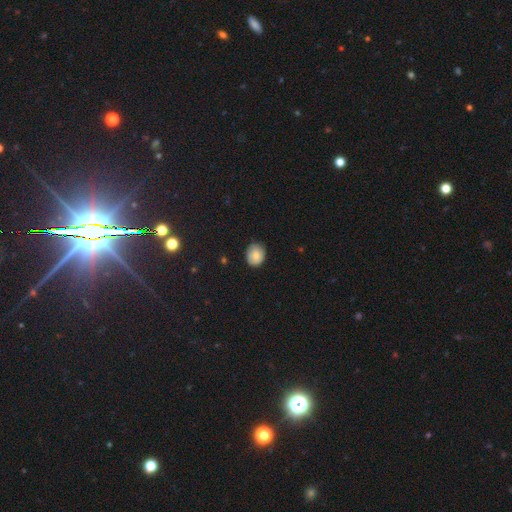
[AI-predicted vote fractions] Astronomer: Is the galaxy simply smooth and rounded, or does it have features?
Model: smooth — 77%.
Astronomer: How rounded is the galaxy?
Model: round — 58% (runner-up: in between, 41%).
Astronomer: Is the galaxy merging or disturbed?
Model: none — 74%.